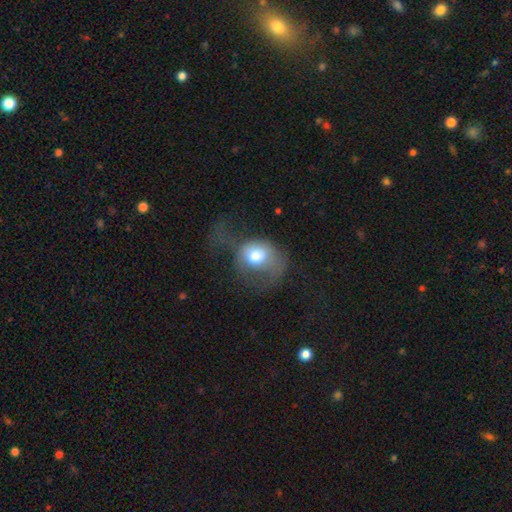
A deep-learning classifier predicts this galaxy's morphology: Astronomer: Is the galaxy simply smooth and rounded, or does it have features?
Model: smooth — 63%.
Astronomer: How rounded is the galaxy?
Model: round — 65%.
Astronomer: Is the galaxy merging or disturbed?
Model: major disturbance — 57%.